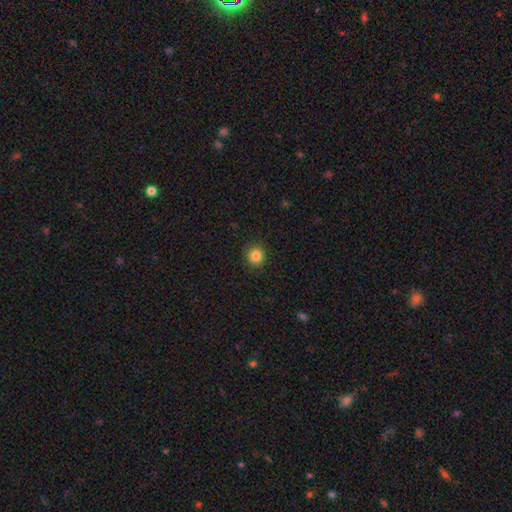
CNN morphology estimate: smooth 85%, star or artifact 11%, featured or disk 4%. Down the decision tree: how rounded — round (90%); merging — none (91%).